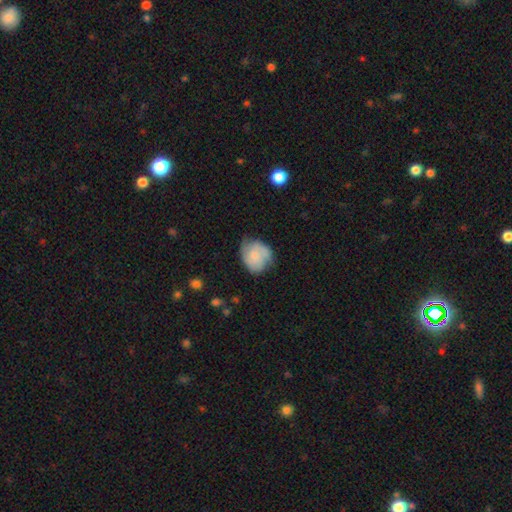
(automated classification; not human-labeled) Smooth or featured: smooth — 54% (featured or disk — 39%)
How rounded: round — 60% (in between — 39%)
Merging: none — 53% (minor disturbance — 32%)